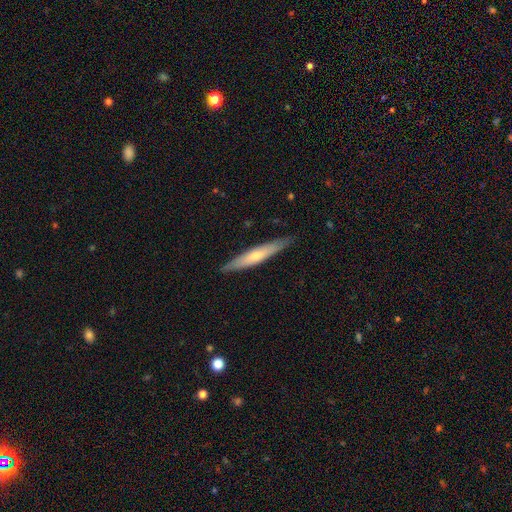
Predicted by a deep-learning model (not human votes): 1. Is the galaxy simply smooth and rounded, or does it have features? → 50% smooth, 45% featured or disk, 5% star or artifact.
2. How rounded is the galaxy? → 91% cigar-shaped, 8% in between, 1% round.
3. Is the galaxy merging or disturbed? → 88% none, 10% minor disturbance, 2% major disturbance, 1% merger.